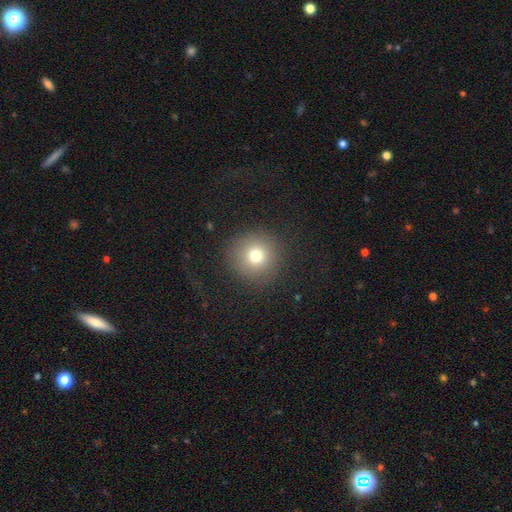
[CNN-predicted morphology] Smooth or featured? Predicted: smooth (p=0.74). How rounded? Predicted: round (p=0.94). Merging? Predicted: none (p=0.87).